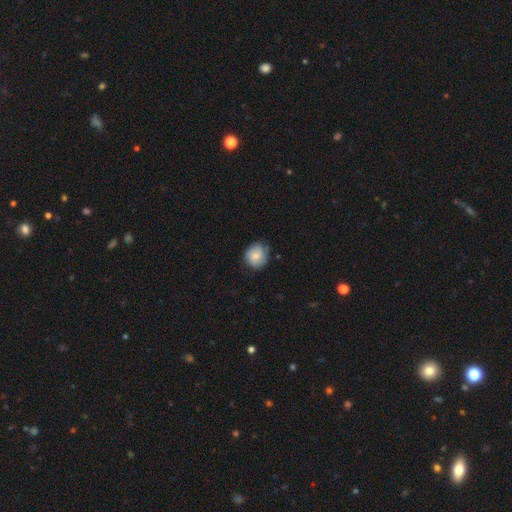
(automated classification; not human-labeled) smooth-or-featured: smooth: 76% | featured or disk: 16% | star or artifact: 8%
  how-rounded: round: 82% | in between: 17% | cigar-shaped: 1%
  merging: none: 70% | minor disturbance: 24% | major disturbance: 4% | merger: 1%